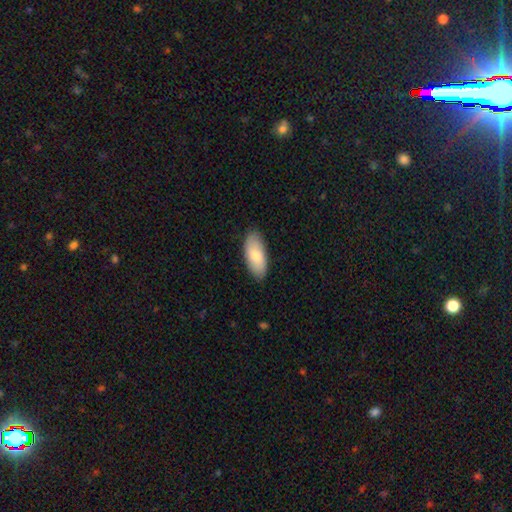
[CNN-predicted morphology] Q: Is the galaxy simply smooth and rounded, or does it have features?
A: smooth — 79%.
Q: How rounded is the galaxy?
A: in between — 90%.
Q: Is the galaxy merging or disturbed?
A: none — 85%.